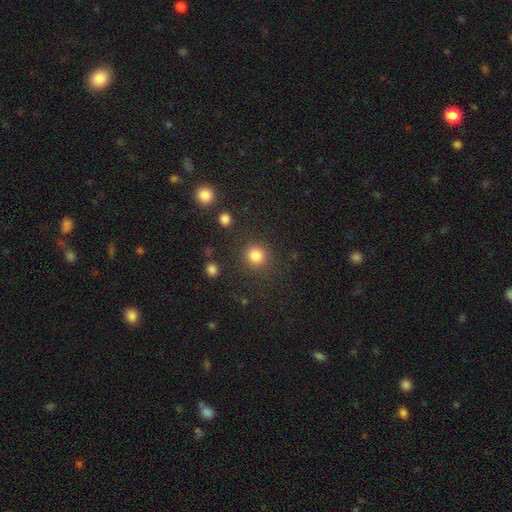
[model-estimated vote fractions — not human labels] Smooth or featured: smooth — 84% (star or artifact — 11%)
How rounded: round — 91% (in between — 8%)
Merging: none — 85% (minor disturbance — 8%)